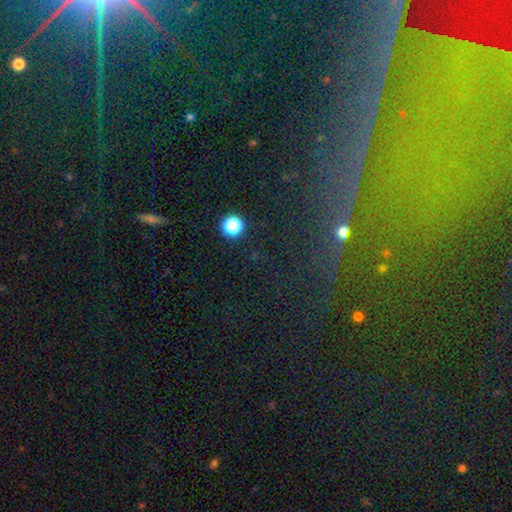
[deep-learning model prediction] smooth-or-featured: star or artifact: 75% | smooth: 12% | featured or disk: 12%